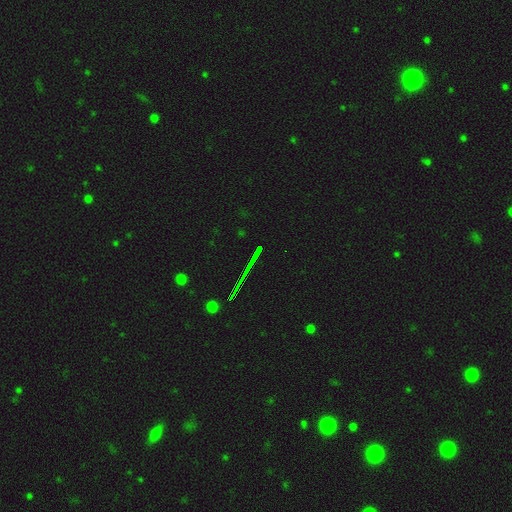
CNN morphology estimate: Smooth or featured: star or artifact — 70% (featured or disk — 16%)